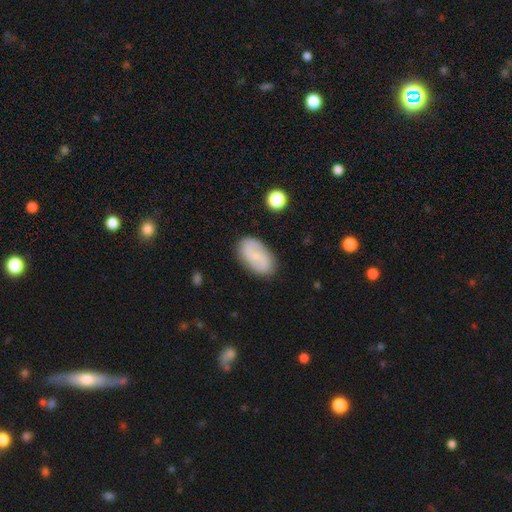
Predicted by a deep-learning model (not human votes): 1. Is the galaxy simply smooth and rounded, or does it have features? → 49% featured or disk, 44% smooth, 7% star or artifact.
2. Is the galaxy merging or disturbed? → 84% none, 11% minor disturbance, 3% major disturbance, 2% merger.